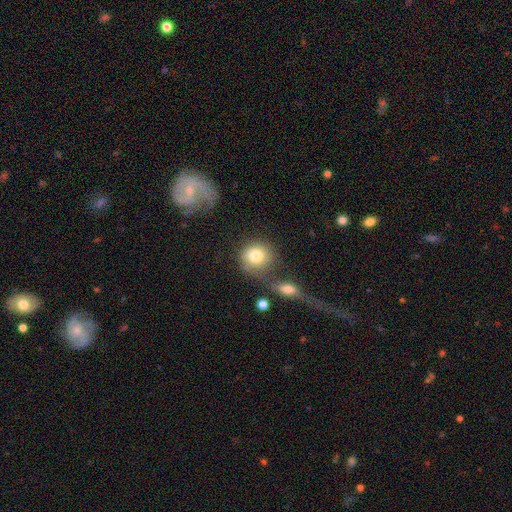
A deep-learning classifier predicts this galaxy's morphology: The model was most divided on "merging": none: 52%, merger: 23%, minor disturbance: 16%, major disturbance: 9%. More confident: how rounded — round (84%); smooth or featured — smooth (80%).